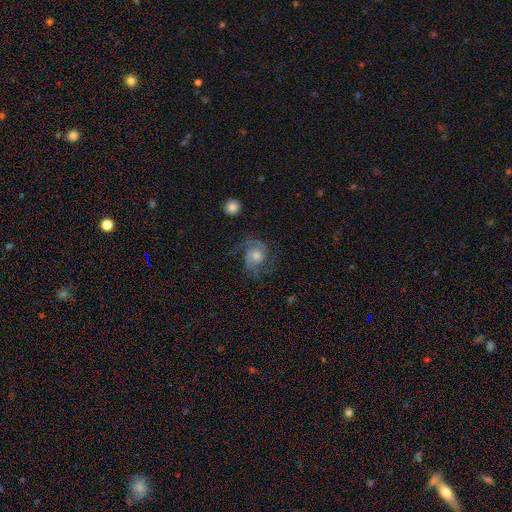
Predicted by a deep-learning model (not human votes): Smooth or featured?
  - featured or disk: 80% *
  - smooth: 12%
  - star or artifact: 9%
Edge-on disk?
  - no: 98% *
  - yes: 2%
Bar?
  - no: 69% *
  - weak: 26%
  - strong: 5%
Spiral arms?
  - yes: 96% *
  - no: 4%
Spiral winding?
  - medium: 53% *
  - tight: 28%
  - loose: 19%
Spiral arm count?
  - 2: 74% *
  - 3: 11%
  - can't tell: 8%
  - 1: 3%
  - 4: 2%
  - more than 4: 2%
Bulge size?
  - moderate: 55% *
  - small: 30%
  - large: 9%
  - none: 4%
  - dominant: 2%
Merging?
  - none: 71% *
  - minor disturbance: 17%
  - major disturbance: 11%
  - merger: 1%